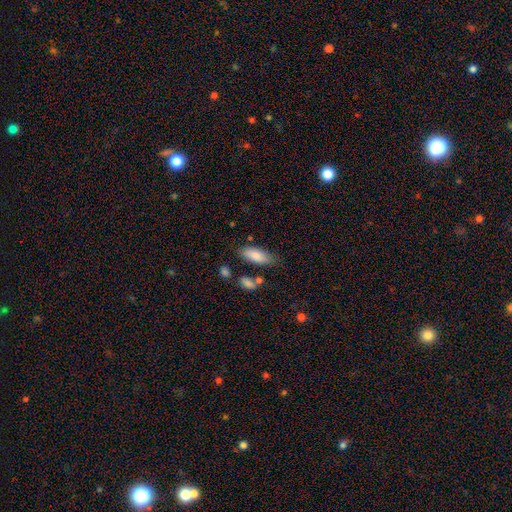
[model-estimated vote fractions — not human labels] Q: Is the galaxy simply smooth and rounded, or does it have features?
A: smooth — 83%.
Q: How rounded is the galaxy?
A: in between — 78%.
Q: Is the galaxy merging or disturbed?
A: none — 68%.